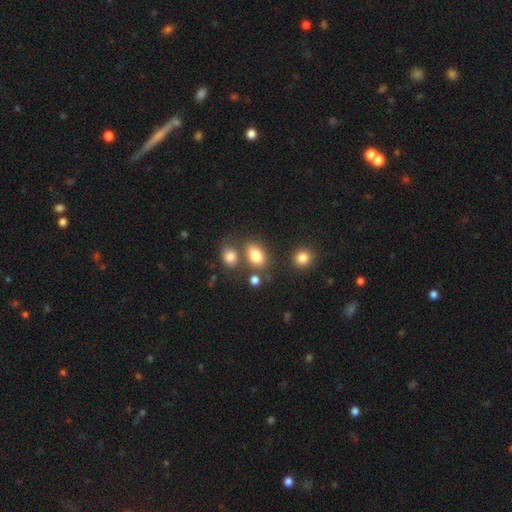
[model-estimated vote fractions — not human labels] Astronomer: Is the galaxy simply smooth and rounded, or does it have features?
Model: smooth — 82%.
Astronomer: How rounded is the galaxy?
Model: in between — 82%.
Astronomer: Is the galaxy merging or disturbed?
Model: none — 62%.